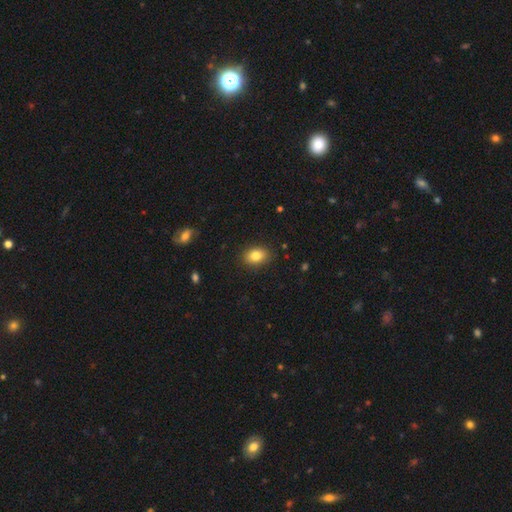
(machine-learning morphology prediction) smooth_or_featured: smooth (p=0.83) [alt: star or artifact p=0.09]
how_rounded: in between (p=0.80) [alt: round p=0.19]
merging: none (p=0.87) [alt: minor disturbance p=0.10]